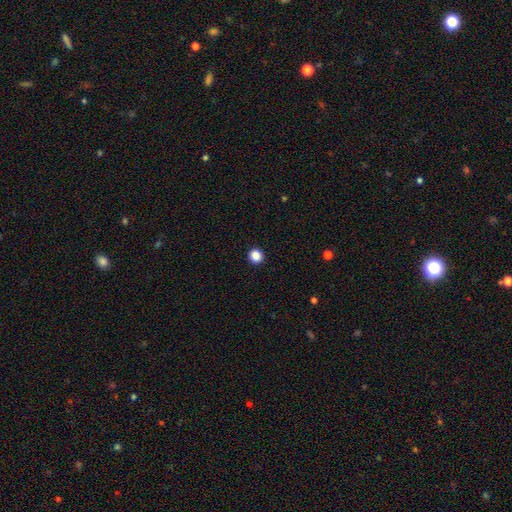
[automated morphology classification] Smooth or featured? Predicted: smooth (p=0.87). How rounded? Predicted: round (p=0.92). Merging? Predicted: none (p=0.94).